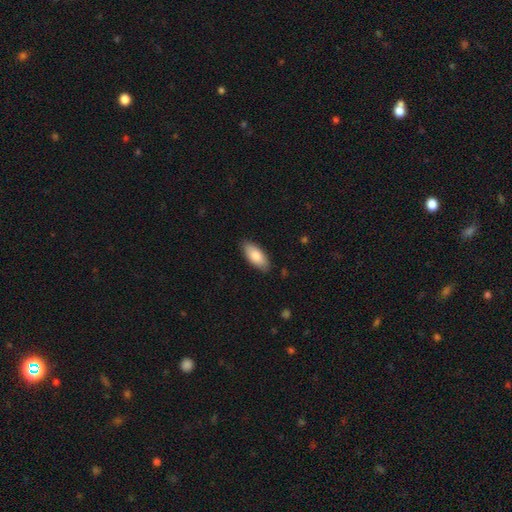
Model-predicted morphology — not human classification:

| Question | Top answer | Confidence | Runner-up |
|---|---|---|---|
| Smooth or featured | smooth | 82% | featured or disk (12%) |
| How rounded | in between | 86% | cigar-shaped (13%) |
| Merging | none | 87% | minor disturbance (10%) |